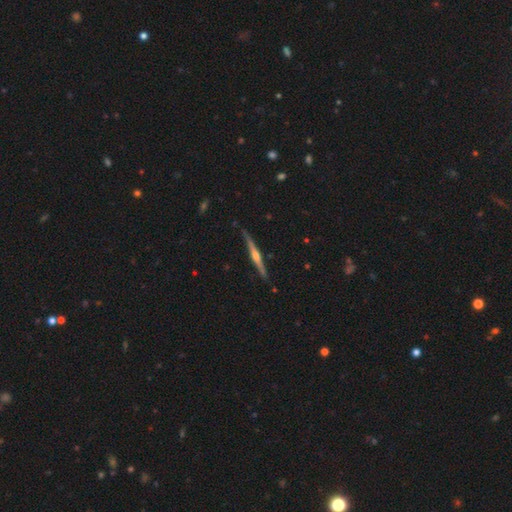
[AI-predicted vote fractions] A featured or disk galaxy (79%) viewed edge-on (98%) with a rounded central bulge (87%).

Vote fractions:
- Smooth or featured? featured or disk: 79% / smooth: 16% / star or artifact: 5%
- Edge-on disk? yes: 98% / no: 2%
- Edge-on bulge? rounded: 87% / none: 7% / boxy: 5%
- Merging? none: 88% / minor disturbance: 9% / major disturbance: 2% / merger: 1%